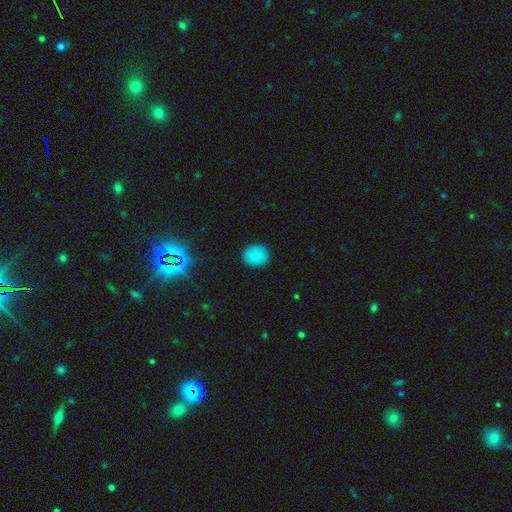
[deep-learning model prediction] Morphology: type=smooth (86%); roundness=round (77%); merging=none (90%).